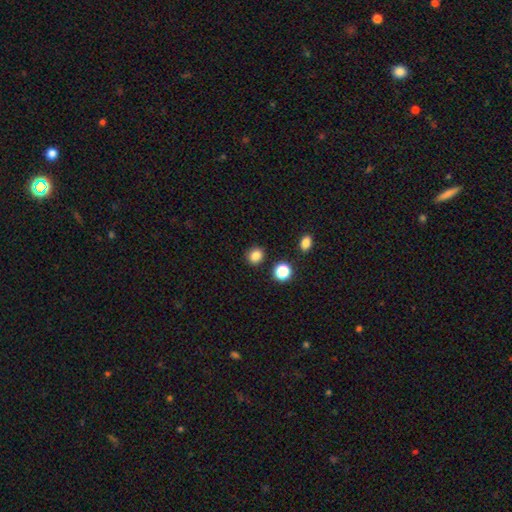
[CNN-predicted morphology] Overall: smooth (85%). How rounded: round (75%). Merging: none (87%).